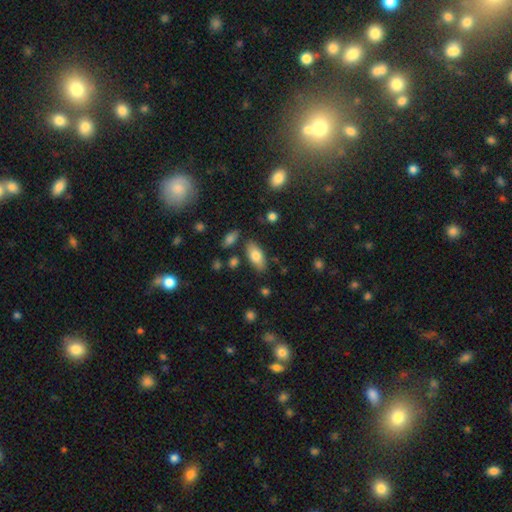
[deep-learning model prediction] A smooth galaxy with no disk features (76%) that is in between round and cigar-shaped (86%).

Vote fractions:
- Smooth or featured? smooth: 76% / featured or disk: 17% / star or artifact: 7%
- How rounded? in between: 86% / cigar-shaped: 12% / round: 2%
- Merging? none: 80% / minor disturbance: 13% / merger: 4% / major disturbance: 3%